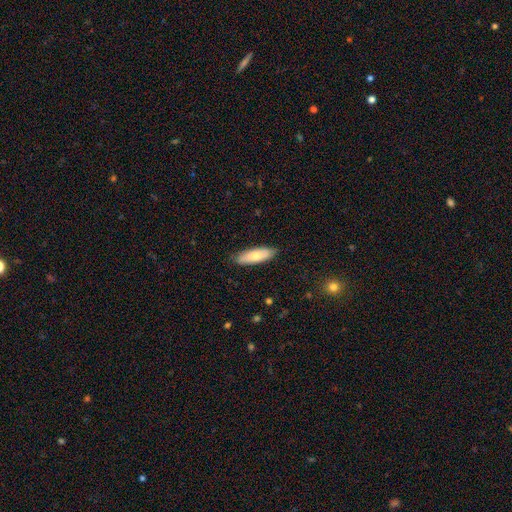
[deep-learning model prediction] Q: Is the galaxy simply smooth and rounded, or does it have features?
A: smooth — 71%.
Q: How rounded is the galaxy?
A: in between — 55%.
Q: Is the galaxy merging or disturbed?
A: none — 86%.